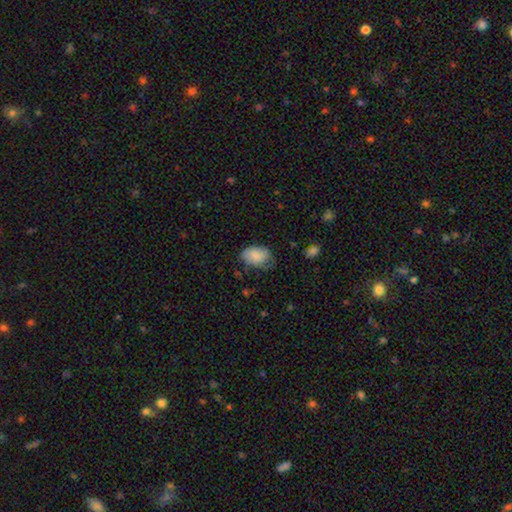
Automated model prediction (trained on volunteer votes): The model was most divided on "merging": none: 59%, minor disturbance: 31%, major disturbance: 8%, merger: 2%. More confident: how rounded — in between (88%); smooth or featured — smooth (84%).